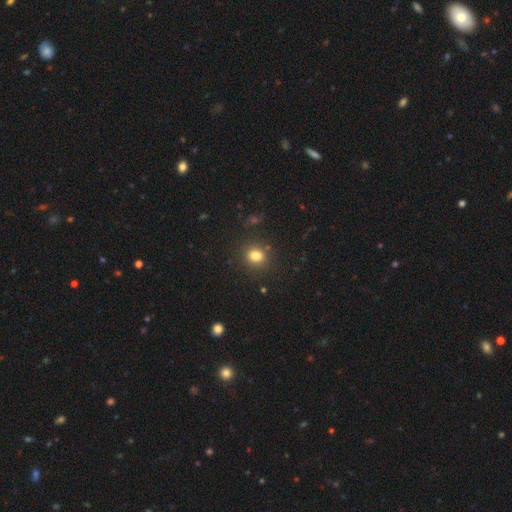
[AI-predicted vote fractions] Smooth or featured: smooth — 82% (star or artifact — 13%)
How rounded: round — 65% (in between — 34%)
Merging: none — 86% (minor disturbance — 9%)